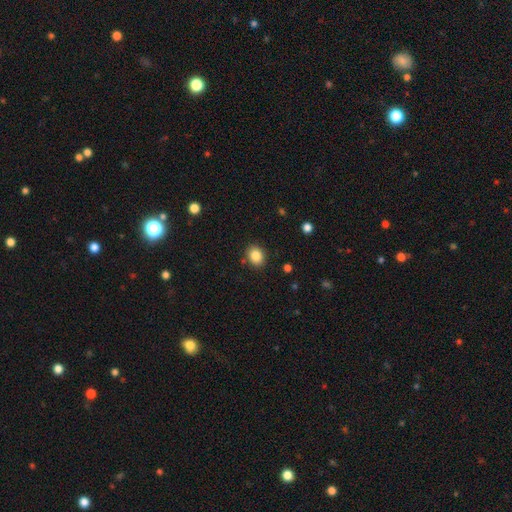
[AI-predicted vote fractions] This is clearly a smooth galaxy (85%). How rounded: possibly round (53%). Merging: clearly none (86%).